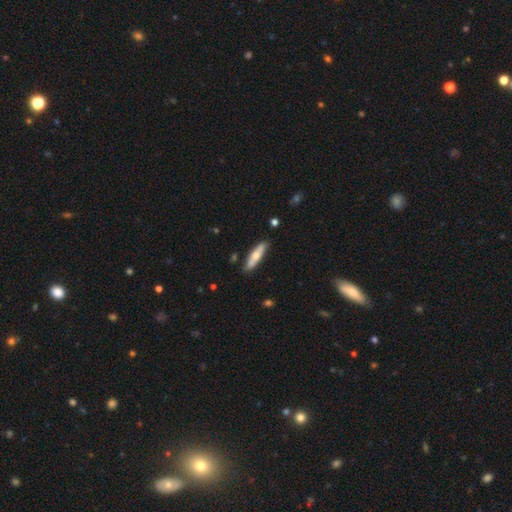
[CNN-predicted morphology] Smooth or featured? Predicted: smooth (p=0.57). How rounded? Predicted: cigar-shaped (p=0.74). Merging? Predicted: none (p=0.86).